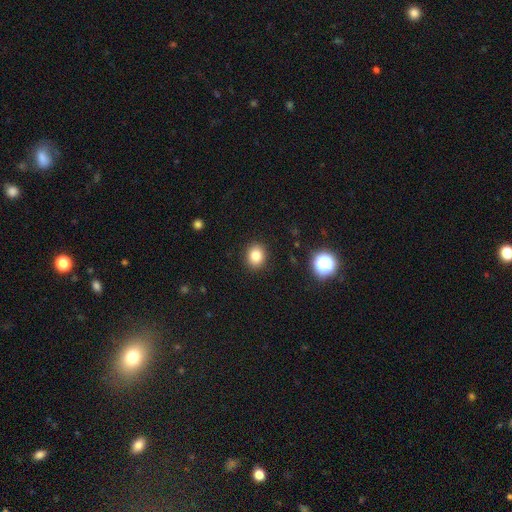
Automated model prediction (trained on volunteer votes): Smooth or featured? smooth (82%)
How rounded? round (64%)
Merging? none (91%)